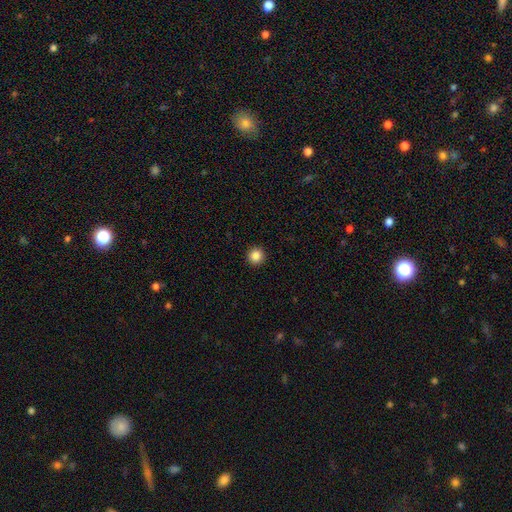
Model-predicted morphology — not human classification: type=smooth (85%); roundness=round (95%); merging=none (94%).